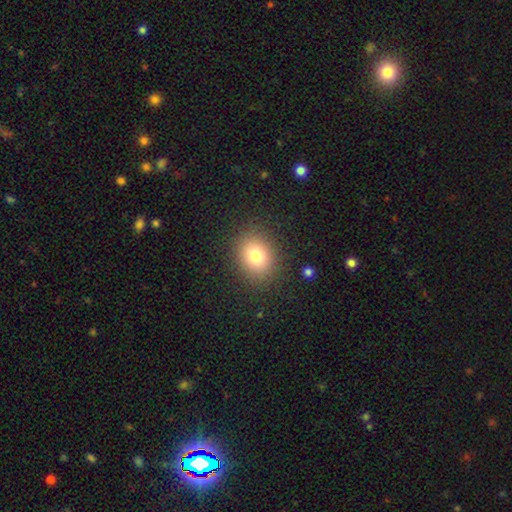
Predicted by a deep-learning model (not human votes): smooth_or_featured: smooth (p=0.79) [alt: star or artifact p=0.12]
how_rounded: round (p=0.54) [alt: in between p=0.45]
merging: none (p=0.87) [alt: minor disturbance p=0.08]